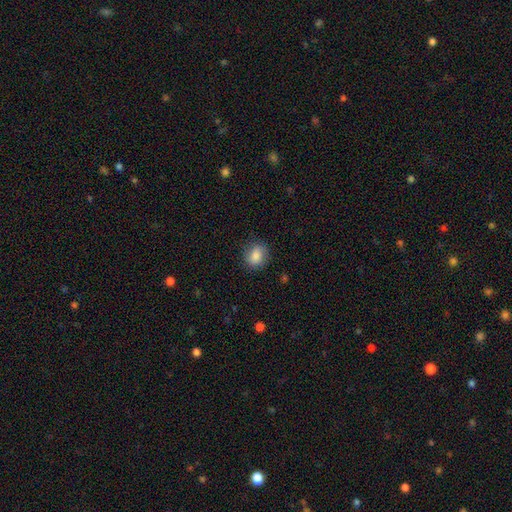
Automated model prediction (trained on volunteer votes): Overall: smooth (84%). How rounded: round (58%; in between 41%). Merging: none (81%).